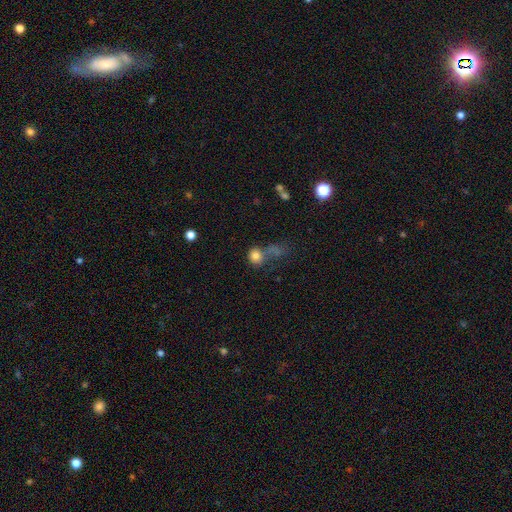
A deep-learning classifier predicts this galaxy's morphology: This appears to be a smooth galaxy with no disk features (80%) that is round (80%). Merging: none (47%).